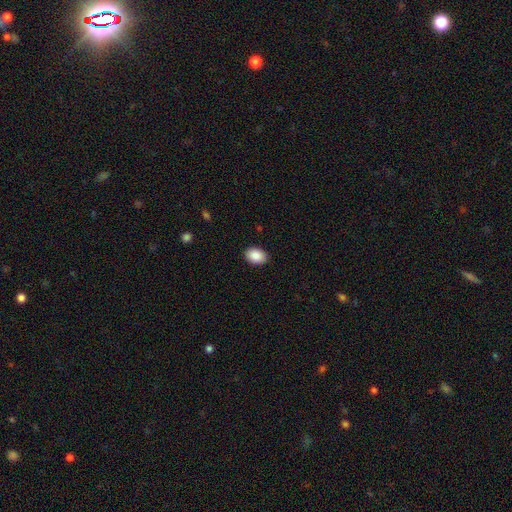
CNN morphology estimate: Overall: smooth (89%). How rounded: in between (81%). Merging: none (89%).